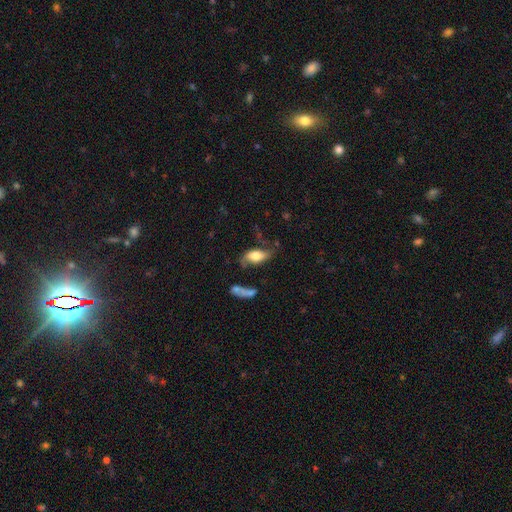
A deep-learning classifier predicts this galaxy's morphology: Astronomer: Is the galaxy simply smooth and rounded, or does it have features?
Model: smooth — 53% (runner-up: featured or disk, 38%).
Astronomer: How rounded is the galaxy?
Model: in between — 85%.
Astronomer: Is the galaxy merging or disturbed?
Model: none — 45% (runner-up: minor disturbance, 25%).